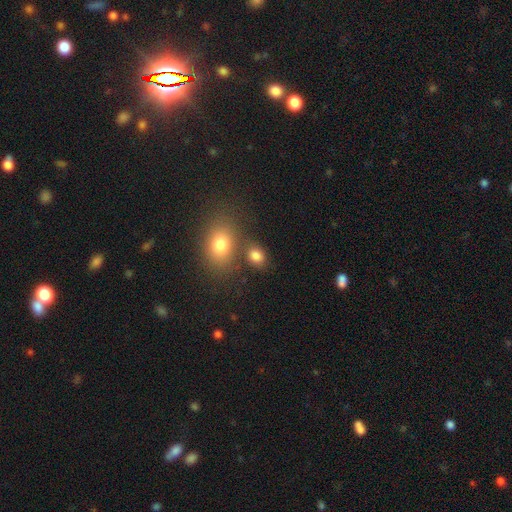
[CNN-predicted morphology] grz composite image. It shows a smooth galaxy with no disk features (82%) that is in between round and cigar-shaped (68%). Merging: none (64%).